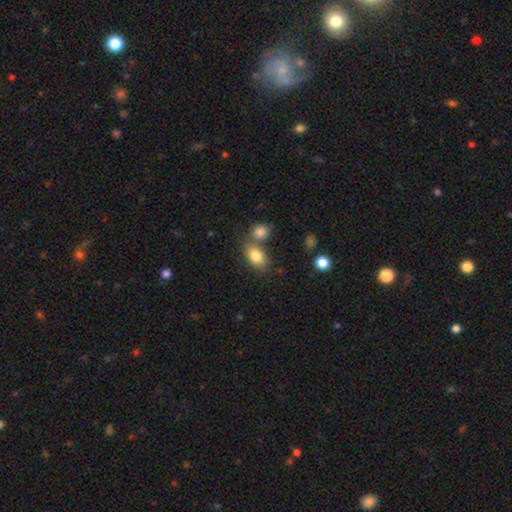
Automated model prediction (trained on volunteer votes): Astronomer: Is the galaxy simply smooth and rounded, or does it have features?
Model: smooth — 82%.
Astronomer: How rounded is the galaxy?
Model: in between — 84%.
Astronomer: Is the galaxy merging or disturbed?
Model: none — 55%.